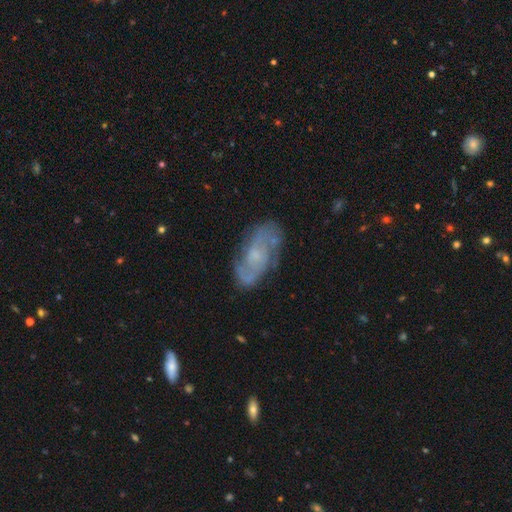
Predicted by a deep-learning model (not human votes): A featured or disk galaxy (74%) with no bar (62%), 2 (63%) medium (46%) spiral arms (89%) and a small central bulge (52%).

Vote fractions:
- Smooth or featured? featured or disk: 74% / smooth: 19% / star or artifact: 8%
- Edge-on disk? no: 94% / yes: 6%
- Bar? no: 62% / weak: 33% / strong: 5%
- Spiral arms? yes: 89% / no: 11%
- Spiral winding? medium: 46% / tight: 33% / loose: 21%
- Spiral arm count? 2: 63% / can't tell: 21% / 3: 8% / 1: 3% / 4: 3% / more than 4: 2%
- Bulge size? small: 52% / moderate: 29% / none: 15% / large: 2% / dominant: 1%
- Merging? none: 76% / minor disturbance: 17% / major disturbance: 5% / merger: 2%